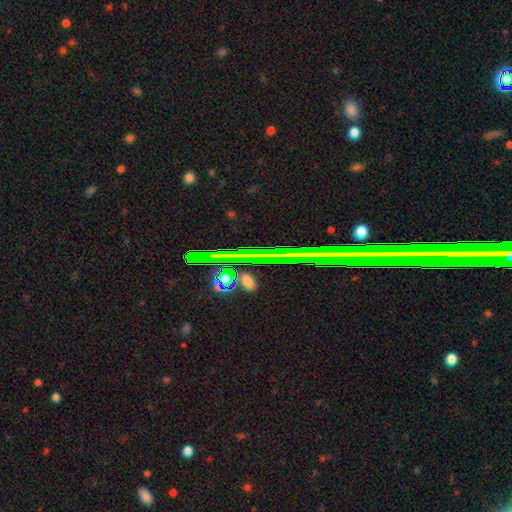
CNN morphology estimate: smooth-or-featured: star or artifact: 78% | featured or disk: 13% | smooth: 9%